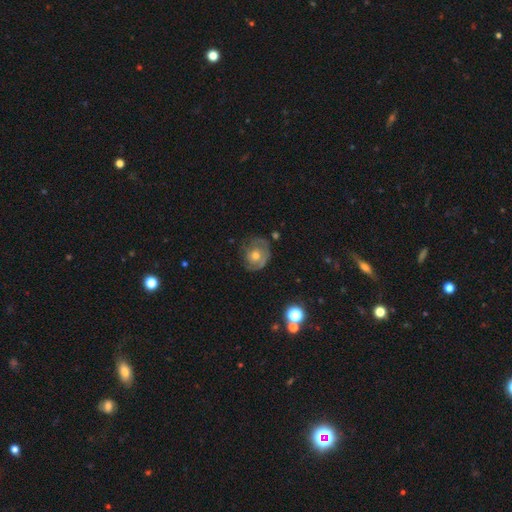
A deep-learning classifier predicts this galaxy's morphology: This appears to be a featured or disk galaxy (64%) with no bar (83%), spiral arms (70%) and a moderate central bulge (65%). Merging: none (65%).